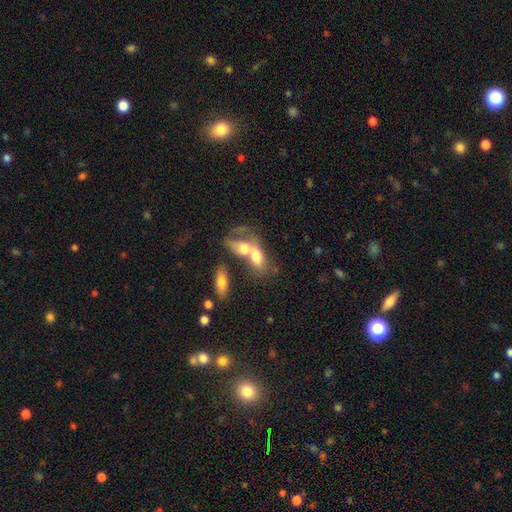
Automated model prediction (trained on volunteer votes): Q: Smooth or featured?
A: smooth (65%); runner-up: featured or disk (26%)
Q: How rounded?
A: in between (82%); runner-up: round (11%)
Q: Merging?
A: merger (70%); runner-up: none (15%)